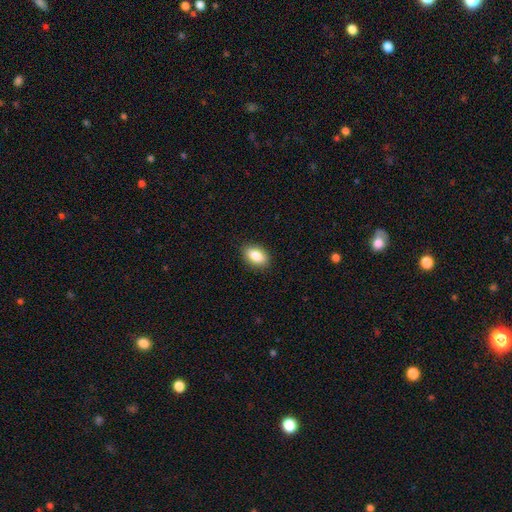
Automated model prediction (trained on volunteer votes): Smooth or featured: smooth — 85% (star or artifact — 8%)
How rounded: in between — 89% (round — 9%)
Merging: none — 88% (minor disturbance — 9%)